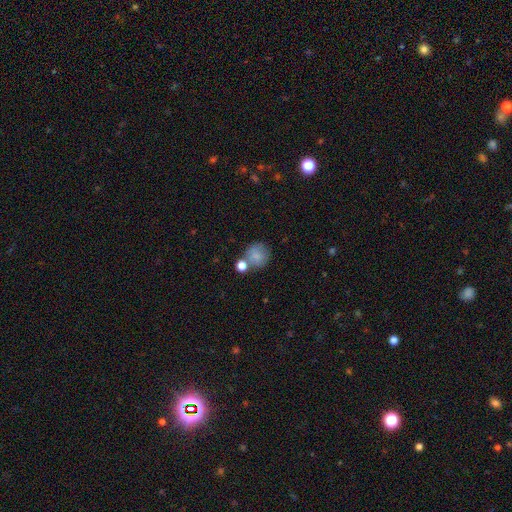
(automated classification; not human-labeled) smooth-or-featured: smooth: 79% | featured or disk: 11% | star or artifact: 10%
  how-rounded: round: 86% | in between: 13% | cigar-shaped: 1%
  merging: none: 58% | merger: 22% | minor disturbance: 14% | major disturbance: 6%